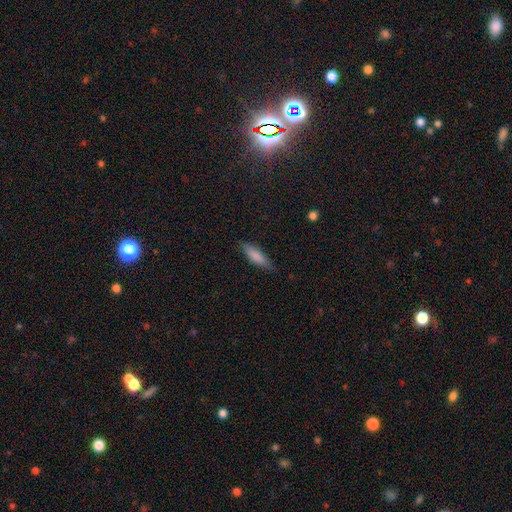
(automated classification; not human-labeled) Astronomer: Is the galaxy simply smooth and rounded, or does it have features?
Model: smooth — 81%.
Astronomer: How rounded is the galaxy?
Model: cigar-shaped — 59% (runner-up: in between, 40%).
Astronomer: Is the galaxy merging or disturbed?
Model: none — 79%.